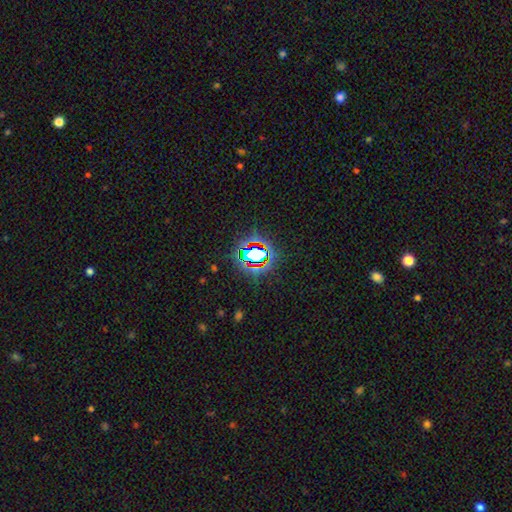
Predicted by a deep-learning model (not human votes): A star or artifact, not a galaxy (67%).

Vote fractions:
- Smooth or featured? star or artifact: 67% / smooth: 20% / featured or disk: 13%